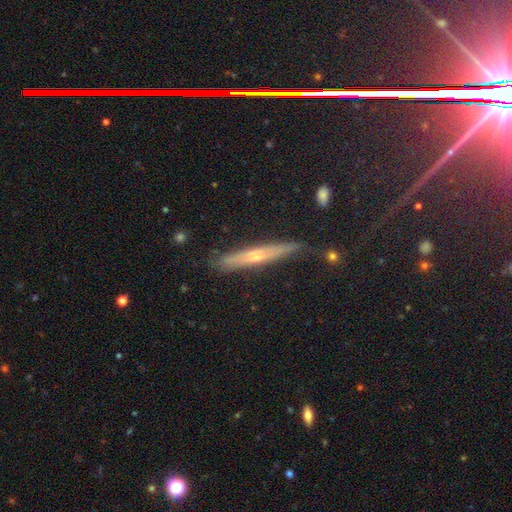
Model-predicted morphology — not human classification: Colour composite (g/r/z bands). It shows a featured or disk galaxy (59%) viewed edge-on (94%) with a rounded central bulge (71%). Merging: none (84%).